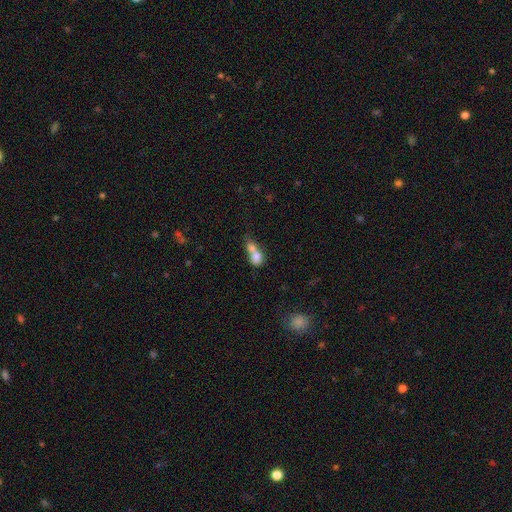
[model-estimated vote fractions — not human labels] Q: Smooth or featured?
A: smooth (73%); runner-up: featured or disk (18%)
Q: How rounded?
A: in between (48%); tied with: round (48%)
Q: Merging?
A: merger (74%); runner-up: none (16%)